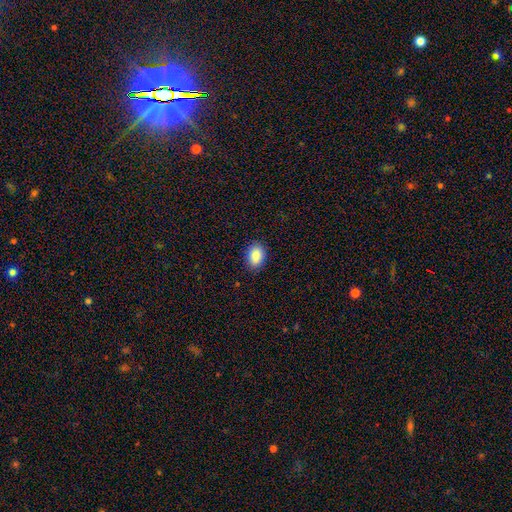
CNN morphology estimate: Smooth or featured?
  - smooth: 89% *
  - star or artifact: 7%
  - featured or disk: 3%
How rounded?
  - in between: 82% *
  - round: 17%
  - cigar-shaped: 1%
Merging?
  - none: 86% *
  - minor disturbance: 11%
  - major disturbance: 2%
  - merger: 1%